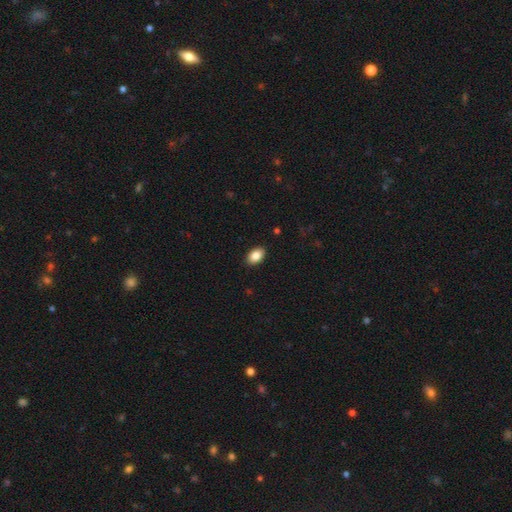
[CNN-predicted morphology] A smooth galaxy with no disk features (87%) that is in between round and cigar-shaped (91%). Merging: none (90%).